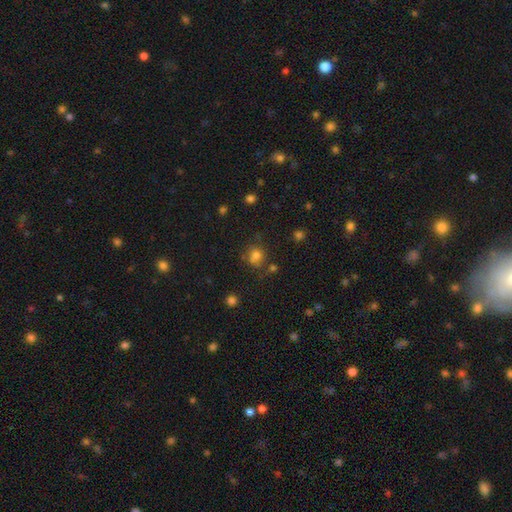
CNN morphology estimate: Smooth or featured? Predicted: smooth (p=0.72). How rounded? Predicted: round (p=0.76). Merging? Predicted: none (p=0.60).